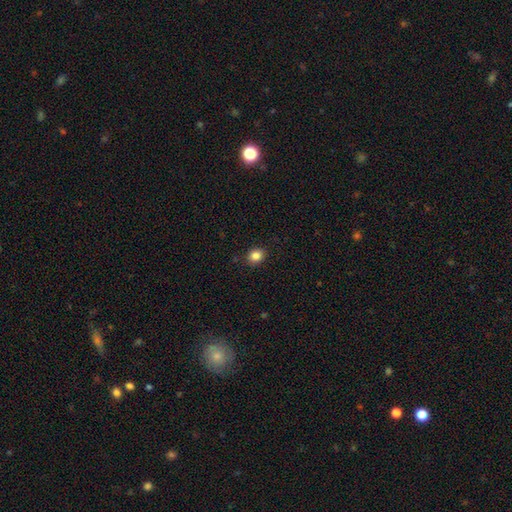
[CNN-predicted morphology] Smooth or featured?
  - smooth: 85% *
  - star or artifact: 11%
  - featured or disk: 5%
How rounded?
  - round: 69% *
  - in between: 30%
  - cigar-shaped: 1%
Merging?
  - none: 89% *
  - minor disturbance: 8%
  - major disturbance: 2%
  - merger: 1%